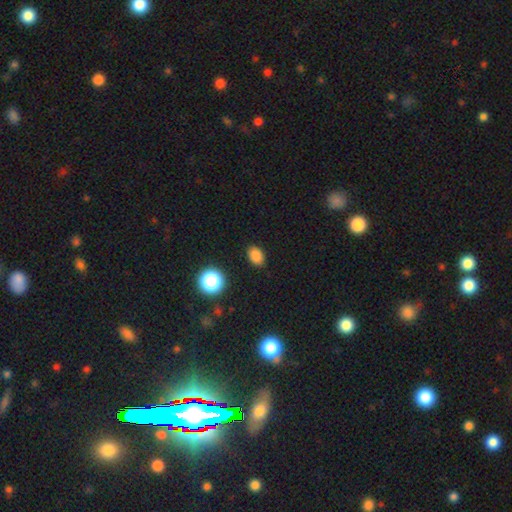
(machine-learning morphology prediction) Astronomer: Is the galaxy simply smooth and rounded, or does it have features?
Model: smooth — 83%.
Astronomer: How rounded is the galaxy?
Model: in between — 75%.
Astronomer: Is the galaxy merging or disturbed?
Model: none — 88%.